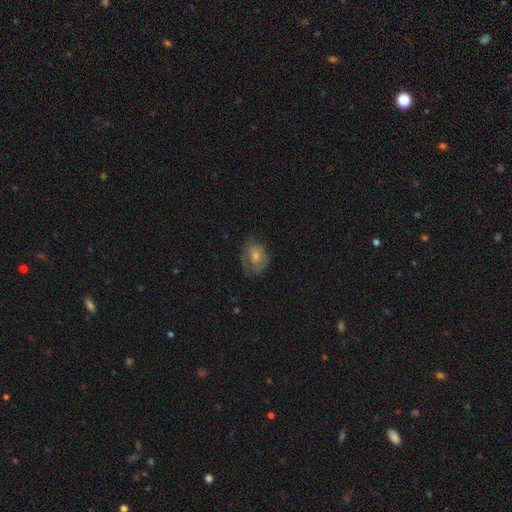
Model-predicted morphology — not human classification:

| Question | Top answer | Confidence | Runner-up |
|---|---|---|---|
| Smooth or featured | smooth | 44% | featured or disk (43%) |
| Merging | none | 64% | minor disturbance (23%) |